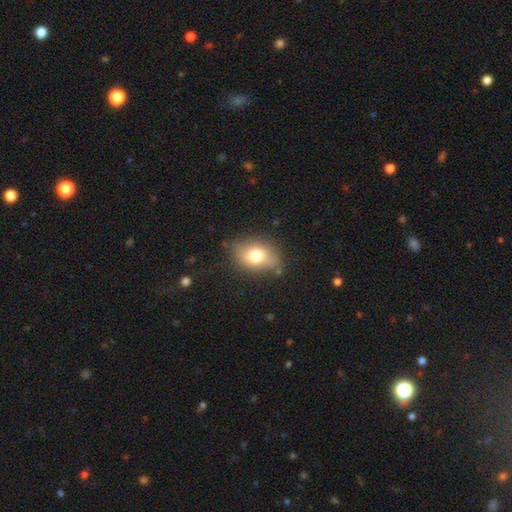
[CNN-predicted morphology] The model was most divided on "how rounded": in between: 77%, round: 21%, cigar-shaped: 2%. More confident: merging — none (76%); smooth or featured — smooth (73%).